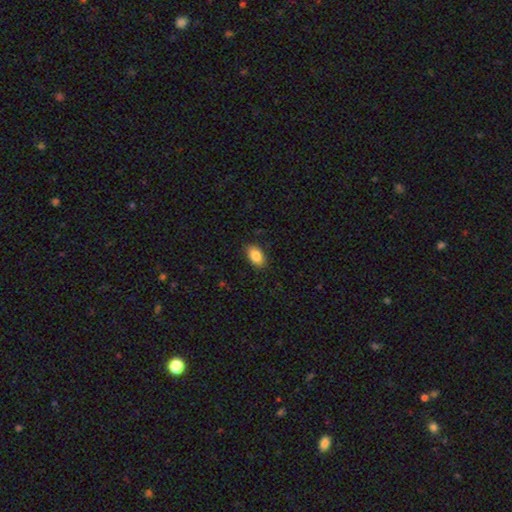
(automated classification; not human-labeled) Overall: smooth (86%). How rounded: in between (91%). Merging: none (87%).